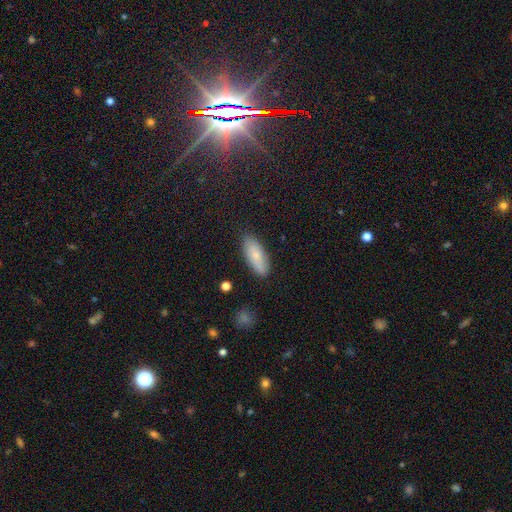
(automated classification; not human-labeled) smooth_or_featured: smooth (p=0.75) [alt: featured or disk p=0.18]
how_rounded: in between (p=0.78) [alt: cigar-shaped p=0.20]
merging: none (p=0.85) [alt: minor disturbance p=0.11]